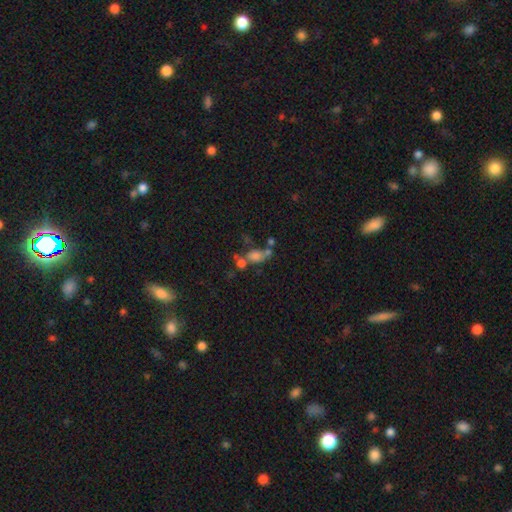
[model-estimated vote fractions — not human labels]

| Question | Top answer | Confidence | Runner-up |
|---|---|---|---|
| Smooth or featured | smooth | 64% | star or artifact (19%) |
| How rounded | in between | 63% | round (33%) |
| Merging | merger | 42% | none (35%) |